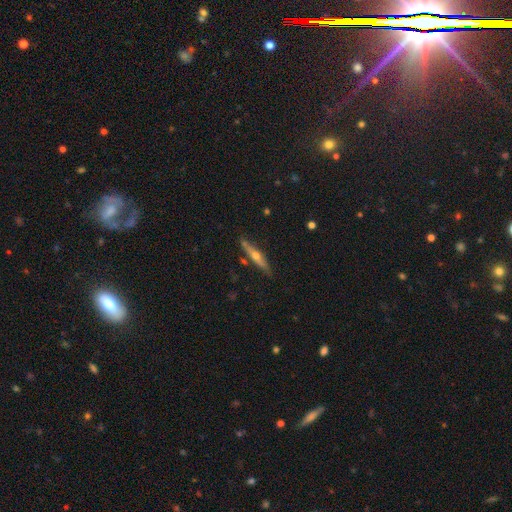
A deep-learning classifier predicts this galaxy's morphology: smooth_or_featured: featured or disk (p=0.67) [alt: smooth p=0.27]
disk_edge_on: yes (p=0.95) [alt: no p=0.05]
edge_on_bulge: rounded (p=0.91) [alt: none p=0.06]
merging: none (p=0.84) [alt: minor disturbance p=0.11]